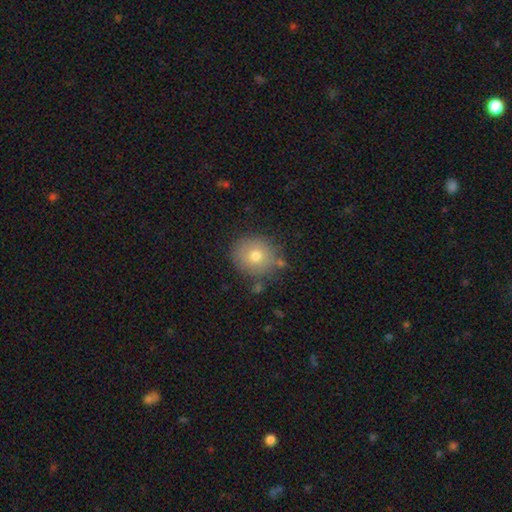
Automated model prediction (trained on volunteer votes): Smooth or featured? Predicted: smooth (p=0.74). How rounded? Predicted: round (p=0.83). Merging? Predicted: none (p=0.80).